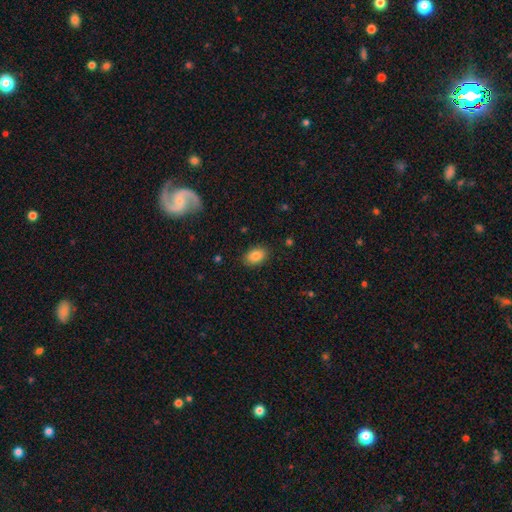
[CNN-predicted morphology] Overall: smooth (84%). How rounded: in between (86%). Merging: none (87%).